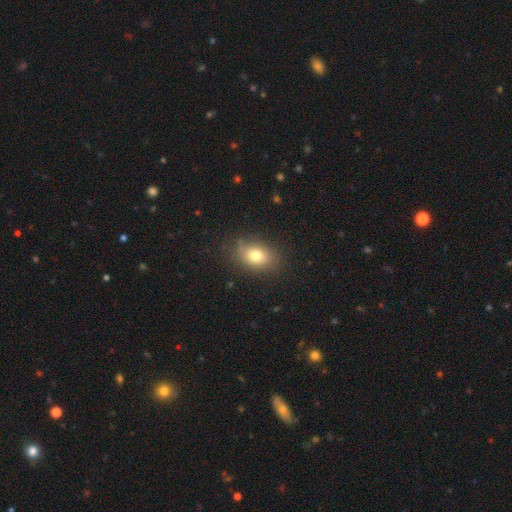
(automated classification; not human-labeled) Morphology: type=smooth (76%); roundness=in between (75%); merging=none (80%).